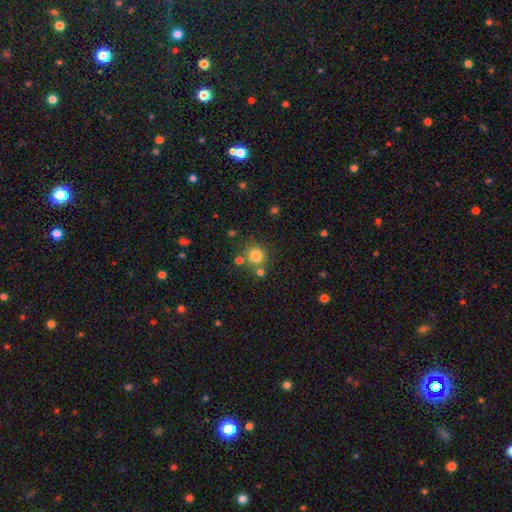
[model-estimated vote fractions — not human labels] This appears to be a smooth galaxy with no disk features (80%) that is round (92%). Merging: none (76%).